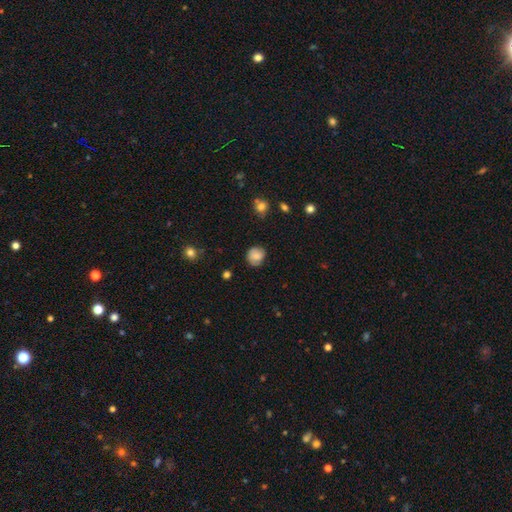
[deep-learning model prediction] A smooth galaxy with no disk features (75%) that is round (81%).

Vote fractions:
- Smooth or featured? smooth: 75% / featured or disk: 17% / star or artifact: 9%
- How rounded? round: 81% / in between: 18% / cigar-shaped: 1%
- Merging? none: 73% / minor disturbance: 21% / major disturbance: 5% / merger: 1%